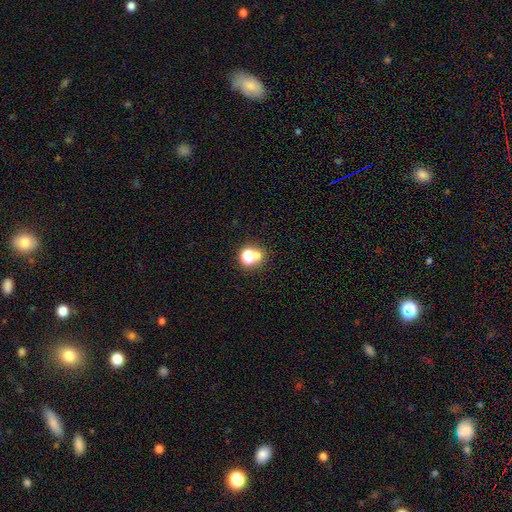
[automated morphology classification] Overall: smooth (64%; star or artifact 24%). How rounded: round (77%). Merging: none (54%; merger 30%).